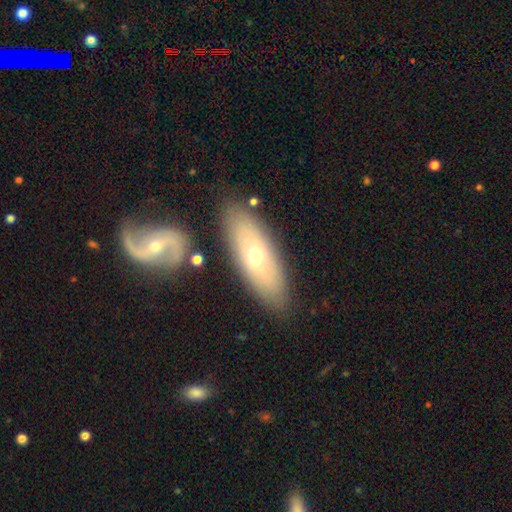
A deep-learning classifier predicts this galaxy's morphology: This is possibly a smooth galaxy (50%). How rounded: likely in between (69%). Merging: likely none (78%).